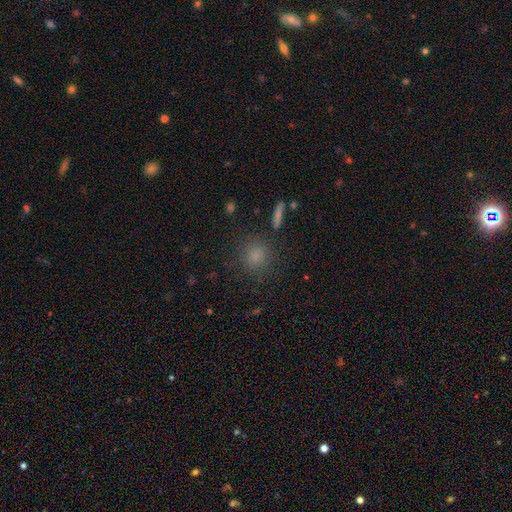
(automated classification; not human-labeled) Q: Smooth or featured?
A: smooth (78%); runner-up: star or artifact (15%)
Q: How rounded?
A: round (85%); runner-up: in between (13%)
Q: Merging?
A: none (84%); runner-up: minor disturbance (9%)